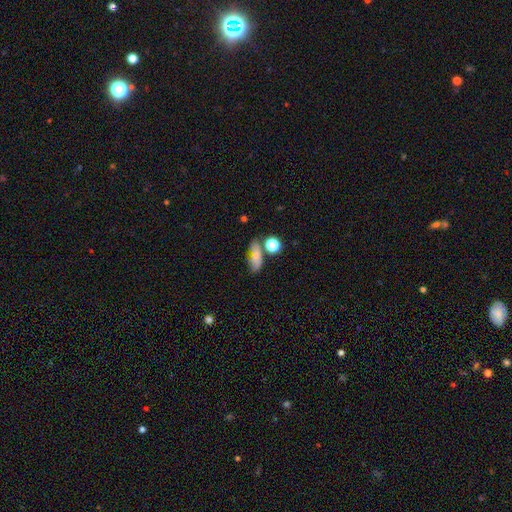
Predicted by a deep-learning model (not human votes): A smooth galaxy with no disk features (70%) that is in between round and cigar-shaped (75%).

Vote fractions:
- Smooth or featured? smooth: 70% / featured or disk: 17% / star or artifact: 13%
- How rounded? in between: 75% / cigar-shaped: 13% / round: 12%
- Merging? none: 57% / minor disturbance: 20% / merger: 16% / major disturbance: 8%